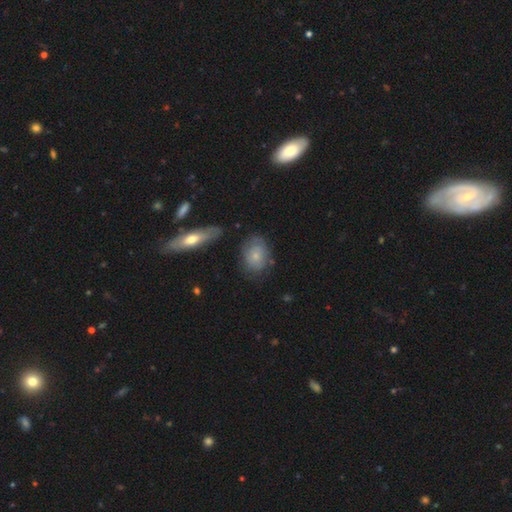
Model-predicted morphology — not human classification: A smooth galaxy with no disk features (64%) that is in between round and cigar-shaped (71%). Merging: none (66%).